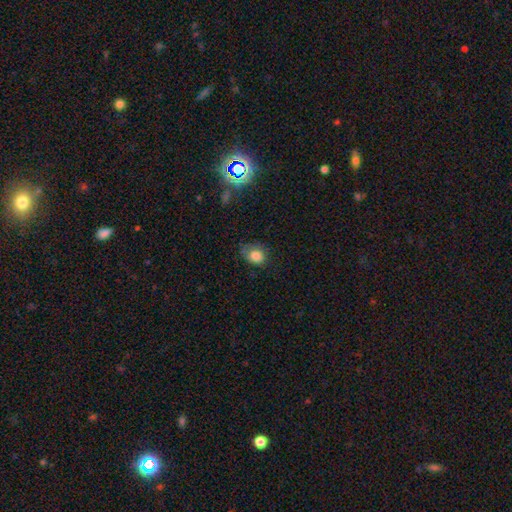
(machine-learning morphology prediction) Smooth or featured?
  - smooth: 79% *
  - featured or disk: 11%
  - star or artifact: 10%
How rounded?
  - in between: 51% *
  - round: 48%
  - cigar-shaped: 1%
Merging?
  - none: 51% *
  - minor disturbance: 33%
  - major disturbance: 15%
  - merger: 2%